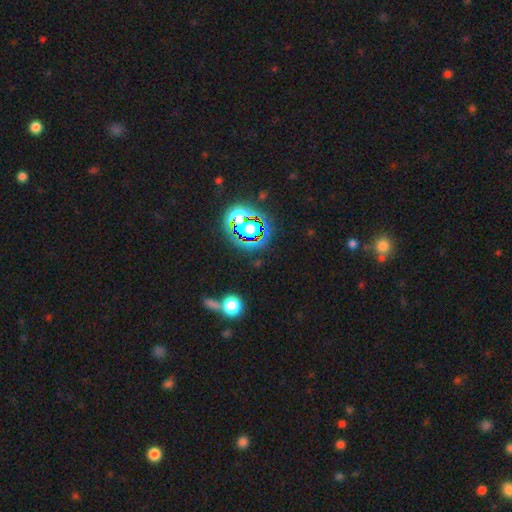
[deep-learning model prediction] Smooth or featured? star or artifact (75%)